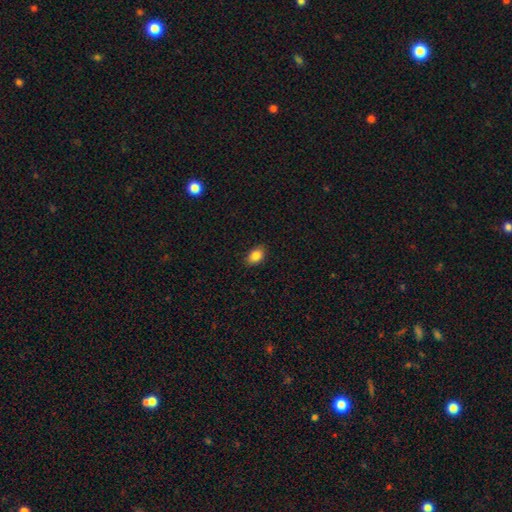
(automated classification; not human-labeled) Overall: smooth (86%). How rounded: in between (83%). Merging: none (87%).